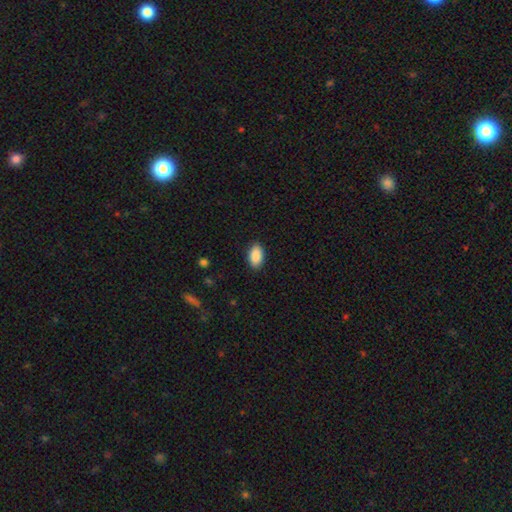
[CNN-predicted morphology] A smooth galaxy with no disk features (91%) that is in between round and cigar-shaped (94%). Merging: none (89%).